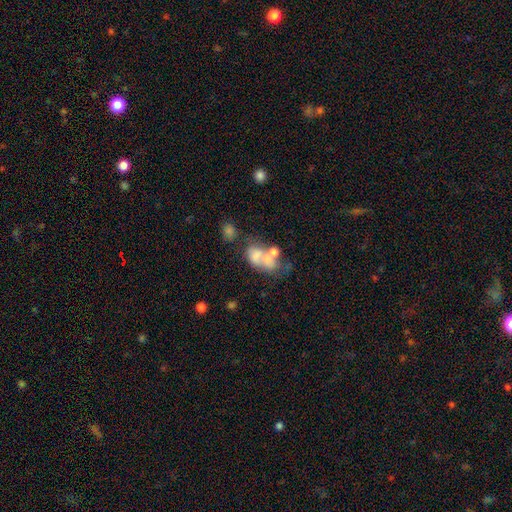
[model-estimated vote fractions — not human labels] Smooth or featured: smooth — 48% (featured or disk — 40%)
Merging: merger — 56% (none — 17%)